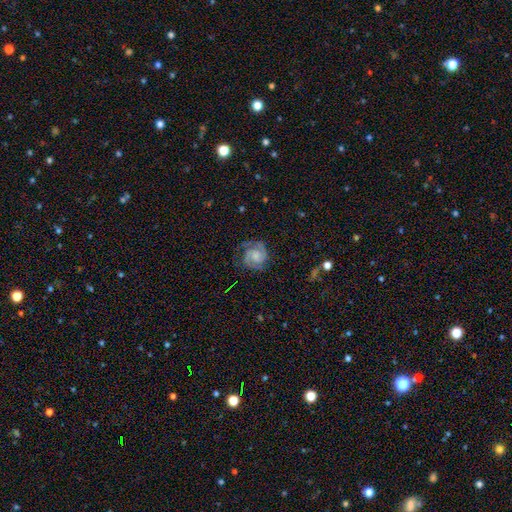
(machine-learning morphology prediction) Smooth or featured?
  - featured or disk: 82% *
  - smooth: 12%
  - star or artifact: 6%
Edge-on disk?
  - no: 98% *
  - yes: 2%
Bar?
  - no: 62% *
  - weak: 33%
  - strong: 6%
Spiral arms?
  - yes: 97% *
  - no: 3%
Spiral winding?
  - tight: 52% *
  - medium: 40%
  - loose: 8%
Spiral arm count?
  - 2: 78% *
  - 3: 8%
  - can't tell: 7%
  - 1: 3%
  - 4: 2%
  - more than 4: 2%
Bulge size?
  - small: 41% *
  - moderate: 27%
  - none: 24%
  - large: 6%
  - dominant: 2%
Merging?
  - none: 72% *
  - minor disturbance: 18%
  - major disturbance: 9%
  - merger: 1%